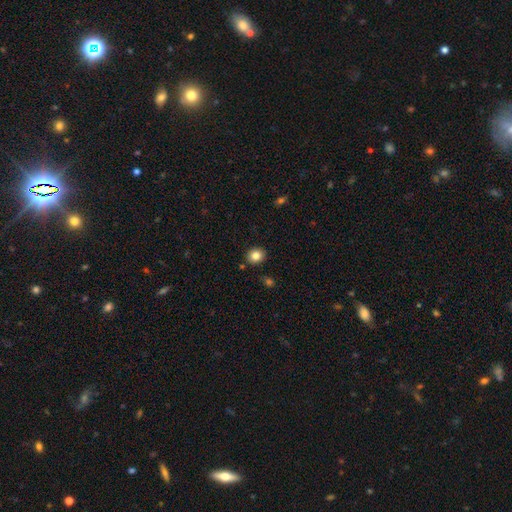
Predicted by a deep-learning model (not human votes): Smooth or featured: smooth — 84% (star or artifact — 10%)
How rounded: round — 74% (in between — 25%)
Merging: none — 89% (minor disturbance — 7%)